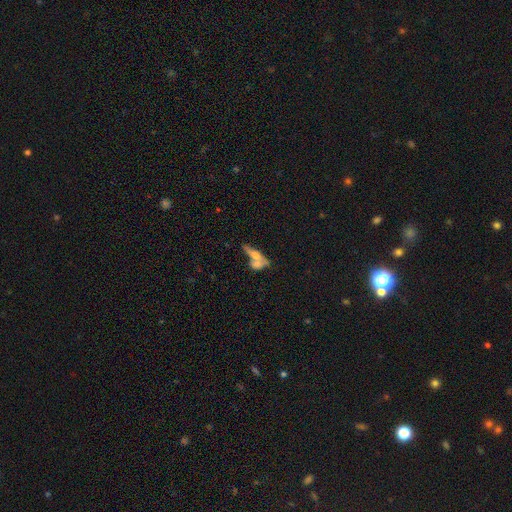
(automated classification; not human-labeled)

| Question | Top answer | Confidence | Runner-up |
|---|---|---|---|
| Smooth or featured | smooth | 46% | tied: featured or disk (46%) |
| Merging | merger | 58% | none (26%) |